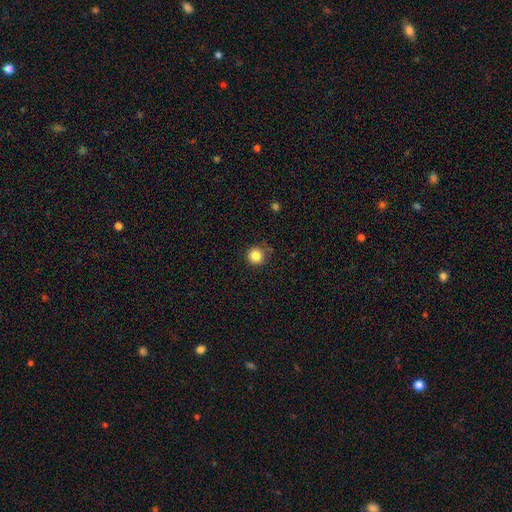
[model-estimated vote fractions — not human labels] This appears to be a smooth galaxy with no disk features (84%) that is round (95%). Merging: none (85%).